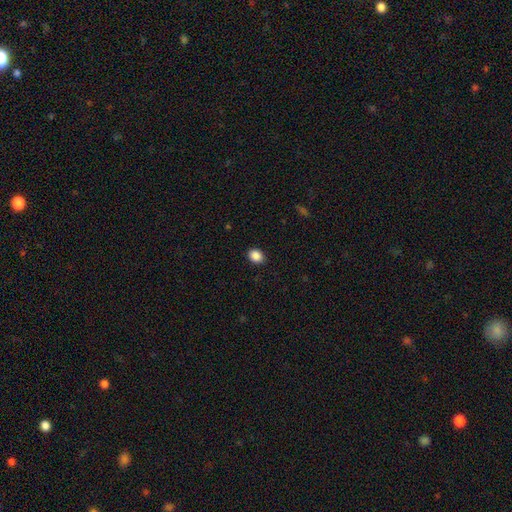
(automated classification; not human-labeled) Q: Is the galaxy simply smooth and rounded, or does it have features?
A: smooth — 88%.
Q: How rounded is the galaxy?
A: in between — 54%.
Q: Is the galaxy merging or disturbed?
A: none — 90%.